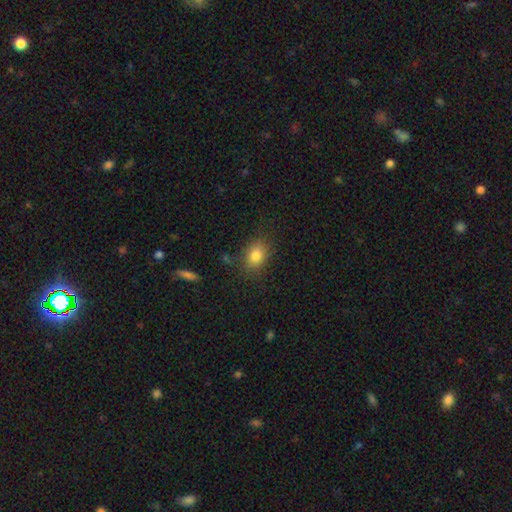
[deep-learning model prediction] This appears to be a smooth galaxy with no disk features (82%) that is in between round and cigar-shaped (65%). Merging: none (79%).